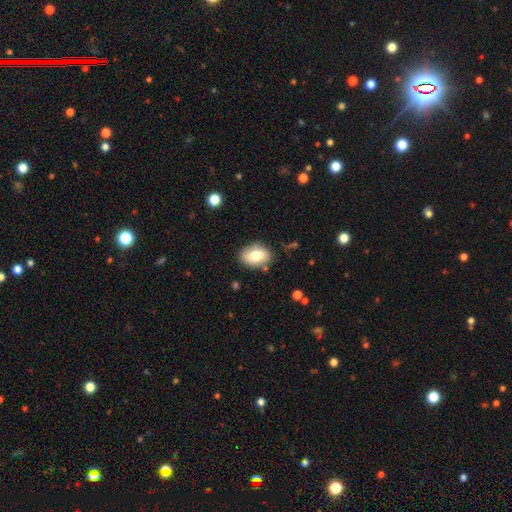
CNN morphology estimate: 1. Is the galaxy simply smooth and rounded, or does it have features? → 76% smooth, 16% featured or disk, 8% star or artifact.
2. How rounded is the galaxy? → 80% in between, 19% round, 1% cigar-shaped.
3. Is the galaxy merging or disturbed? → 81% none, 13% minor disturbance, 3% major disturbance, 3% merger.